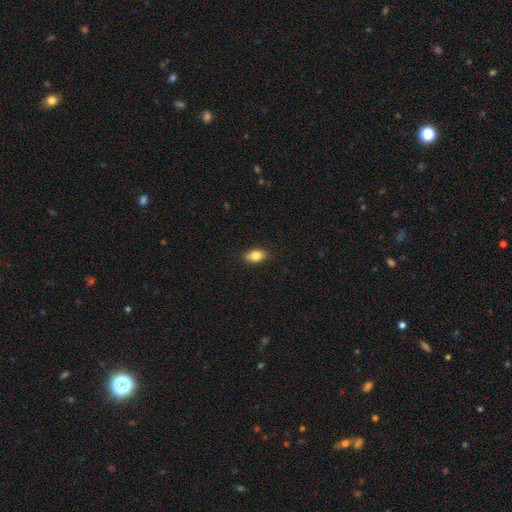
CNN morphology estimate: Smooth or featured? Predicted: smooth (p=0.80). How rounded? Predicted: in between (p=0.81). Merging? Predicted: none (p=0.81).